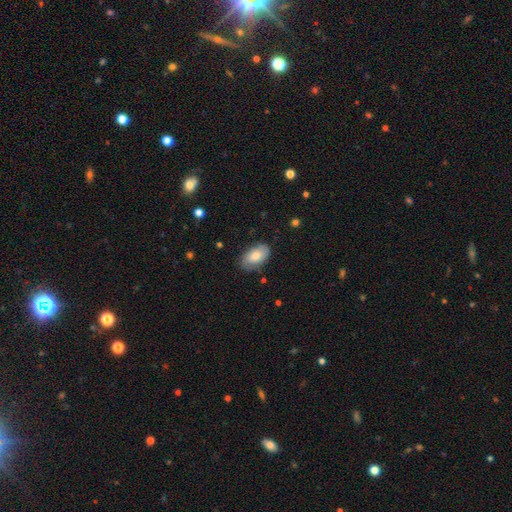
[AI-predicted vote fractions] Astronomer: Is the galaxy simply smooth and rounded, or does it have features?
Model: smooth — 65%.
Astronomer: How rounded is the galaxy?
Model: in between — 93%.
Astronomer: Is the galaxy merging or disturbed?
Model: none — 78%.